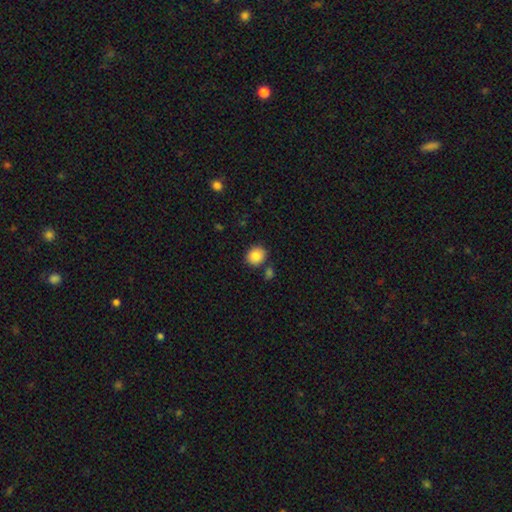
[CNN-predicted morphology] smooth_or_featured: smooth (p=0.86) [alt: star or artifact p=0.09]
how_rounded: round (p=0.77) [alt: in between p=0.22]
merging: none (p=0.80) [alt: minor disturbance p=0.10]